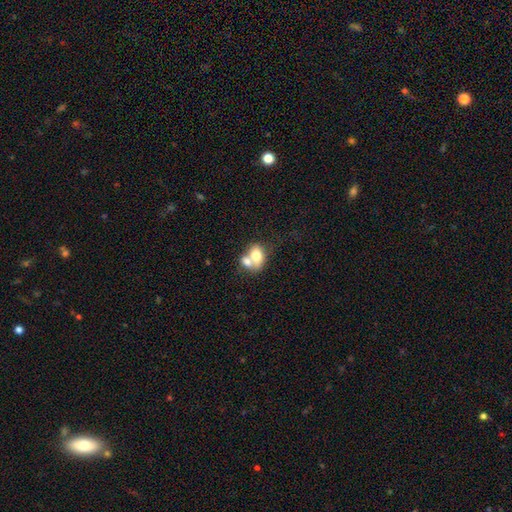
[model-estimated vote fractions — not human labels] smooth 69%, featured or disk 23%, star or artifact 8%. Down the decision tree: how rounded — in between (66%); merging — merger (66%).